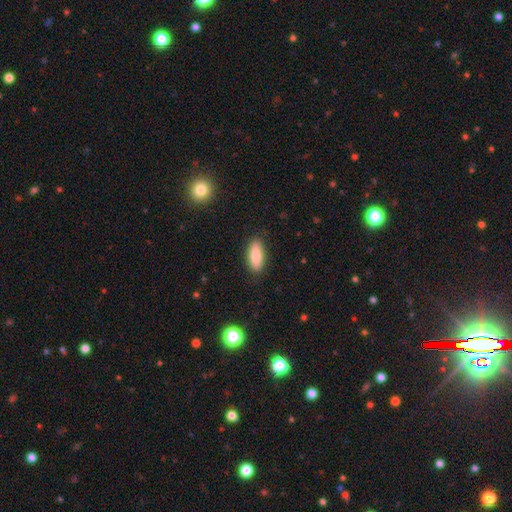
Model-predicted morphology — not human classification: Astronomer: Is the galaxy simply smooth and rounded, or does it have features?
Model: smooth — 85%.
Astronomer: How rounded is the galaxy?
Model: in between — 76%.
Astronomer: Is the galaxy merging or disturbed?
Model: none — 87%.